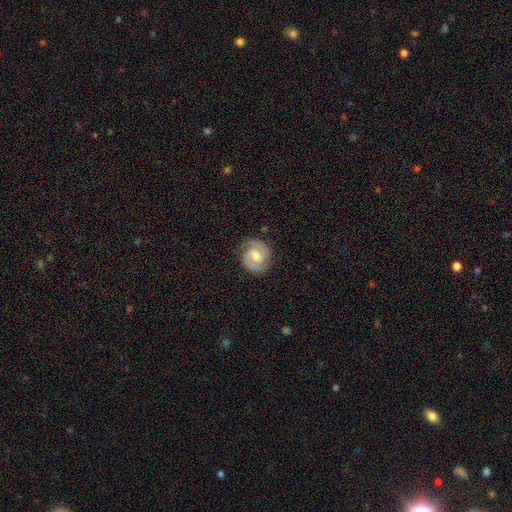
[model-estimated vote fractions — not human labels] The model was most divided on "spiral winding": tight: 45%, medium: 41%, loose: 13%. More confident: edge-on disk — no (97%); spiral arms — yes (90%); spiral arm count — 2 (78%); merging — none (77%); bulge size — moderate (68%); smooth or featured — featured or disk (66%); bar — weak (51%).